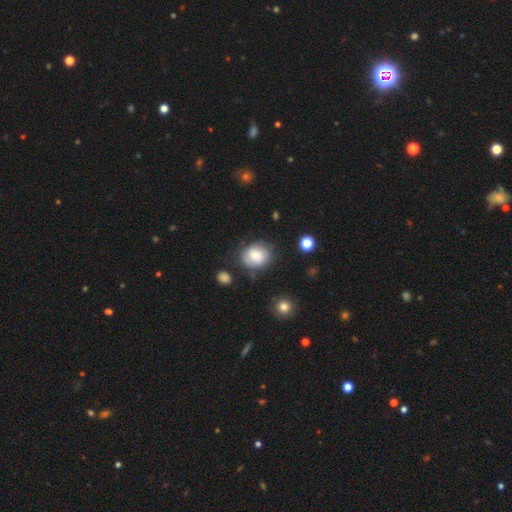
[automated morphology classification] Smooth or featured? Predicted: smooth (p=0.70). How rounded? Predicted: round (p=0.60). Merging? Predicted: none (p=0.68).